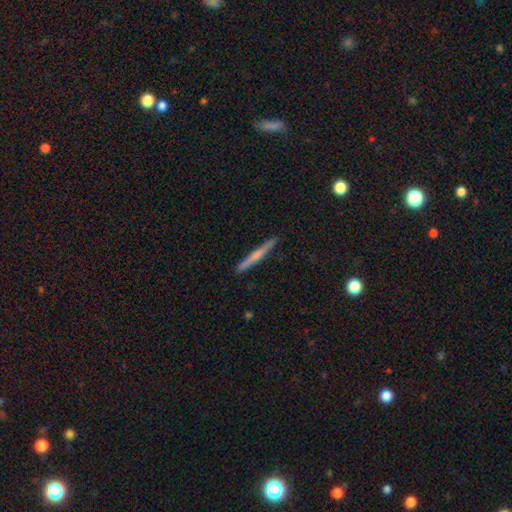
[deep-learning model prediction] Smooth or featured: featured or disk — 49% (smooth — 46%)
Merging: none — 91% (minor disturbance — 6%)